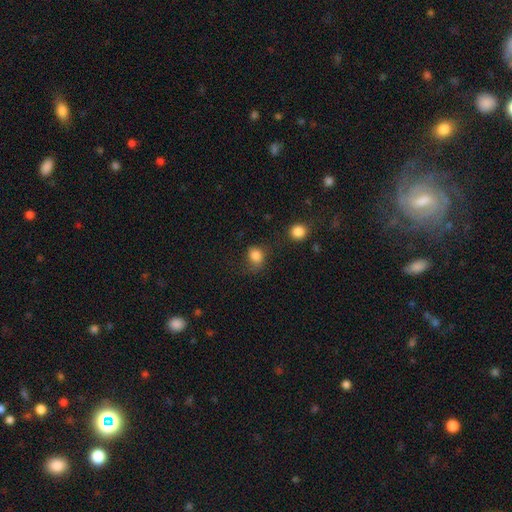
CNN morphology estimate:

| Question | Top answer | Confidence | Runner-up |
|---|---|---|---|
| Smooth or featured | smooth | 82% | star or artifact (11%) |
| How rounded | round | 56% | in between (43%) |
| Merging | none | 55% | minor disturbance (26%) |